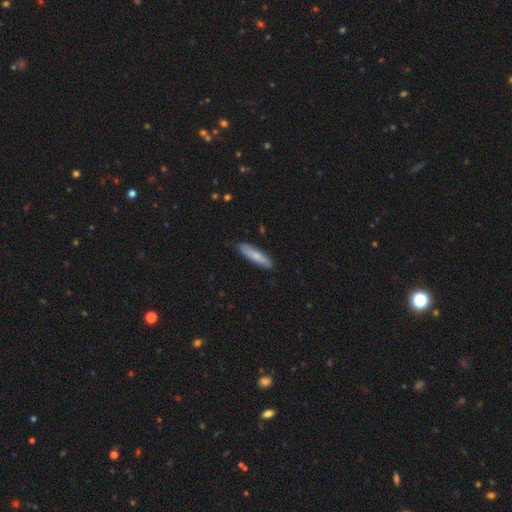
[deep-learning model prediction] Smooth or featured? Predicted: smooth (p=0.73). How rounded? Predicted: cigar-shaped (p=0.77). Merging? Predicted: none (p=0.85).